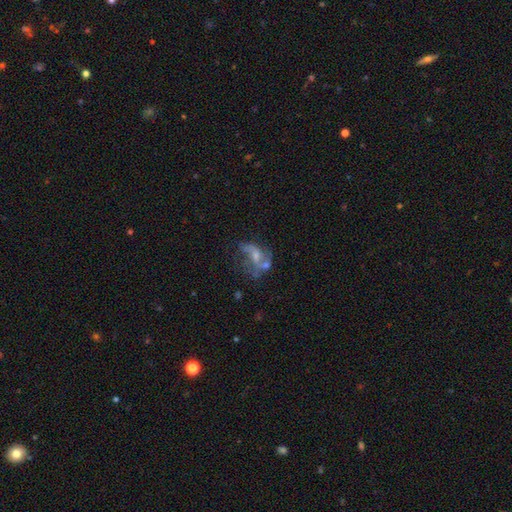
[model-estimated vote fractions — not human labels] featured or disk 67%, smooth 21%, star or artifact 11%. Down the decision tree: edge-on disk — no (97%); bar — no (57%); spiral arms — yes (62%); bulge size — small (37%); merging — major disturbance (32%).